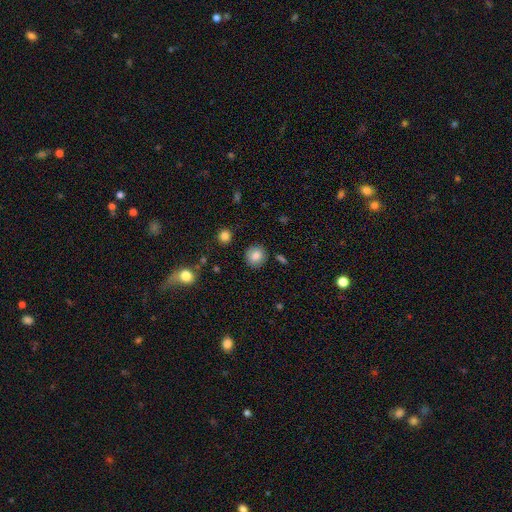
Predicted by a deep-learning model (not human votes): Smooth or featured? smooth (84%)
How rounded? round (90%)
Merging? none (89%)